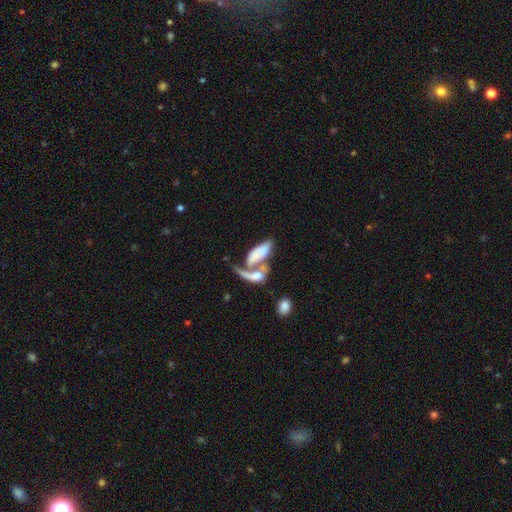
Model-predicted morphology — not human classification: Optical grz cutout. It shows a smooth galaxy with no disk features (51%) that is in between round and cigar-shaped (81%). Merging: merger (63%).